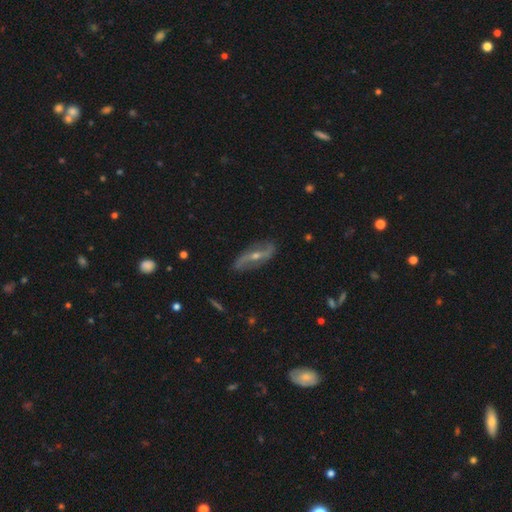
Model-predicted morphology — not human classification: Smooth or featured: featured or disk — 82% (smooth — 11%)
Edge-on disk: no — 83% (yes — 17%)
Bar: weak — 35% (strong — 34%)
Spiral arms: yes — 91% (no — 9%)
Spiral winding: loose — 69% (medium — 21%)
Spiral arm count: 2 — 92% (can't tell — 4%)
Bulge size: small — 49% (moderate — 47%)
Merging: none — 83% (minor disturbance — 12%)